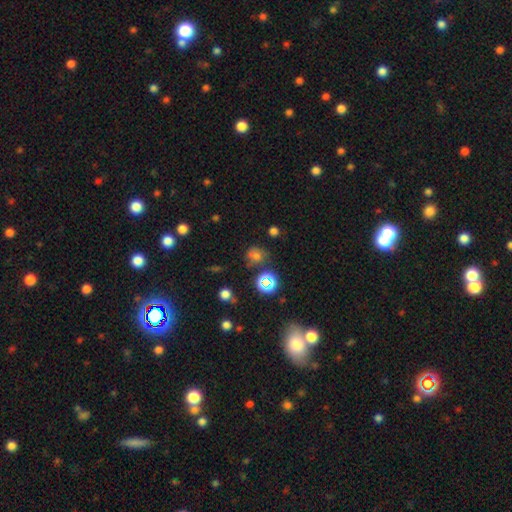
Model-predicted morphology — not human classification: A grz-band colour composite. It shows a smooth galaxy with no disk features (58%) that is round (76%). Merging: none (64%).